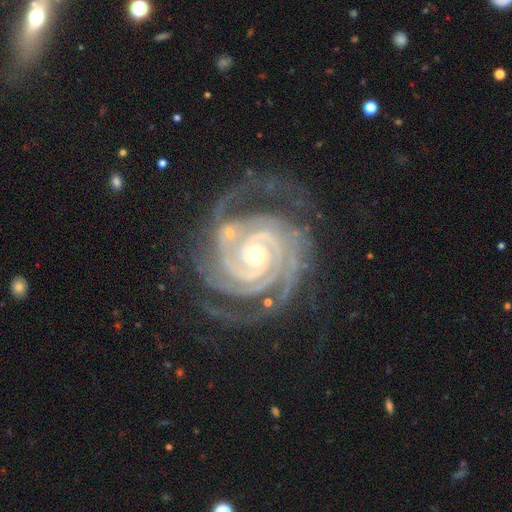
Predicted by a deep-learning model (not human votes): Smooth or featured? Predicted: featured or disk (p=0.93). Edge-on disk? Predicted: no (p=0.98). Bar? Predicted: no (p=0.66). Spiral arms? Predicted: yes (p=0.99). Spiral winding? Predicted: tight (p=0.81). Spiral arm count? Predicted: 2 (p=0.33). Bulge size? Predicted: small (p=0.63). Merging? Predicted: none (p=0.70).